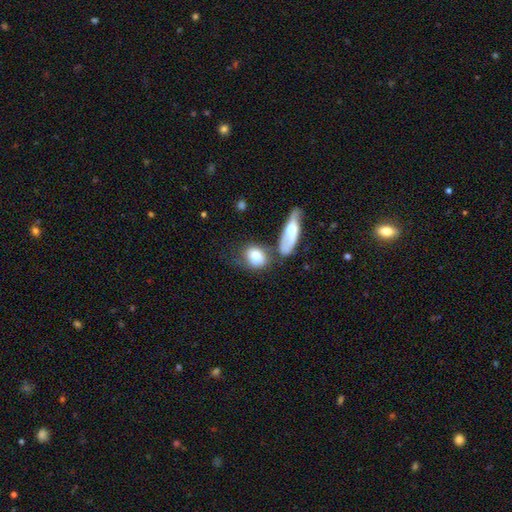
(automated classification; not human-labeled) smooth_or_featured: smooth (p=0.74) [alt: featured or disk p=0.19]
how_rounded: in between (p=0.57) [alt: round p=0.39]
merging: none (p=0.41) [alt: merger p=0.28]